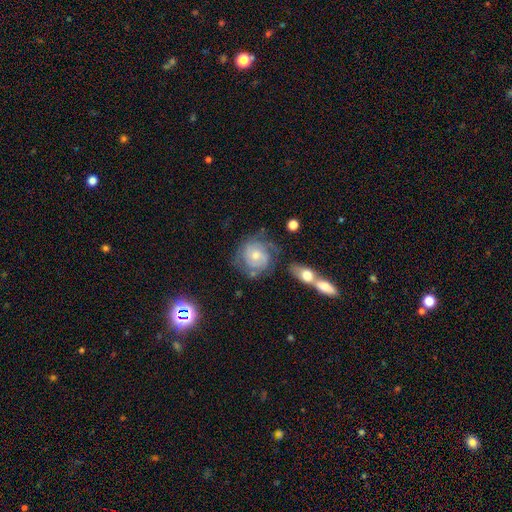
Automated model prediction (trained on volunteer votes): A featured or disk galaxy (67%) with no bar (78%), tight (59%) spiral arms (85%) and a moderate central bulge (48%).

Vote fractions:
- Smooth or featured? featured or disk: 67% / smooth: 26% / star or artifact: 7%
- Edge-on disk? no: 97% / yes: 3%
- Bar? no: 78% / weak: 19% / strong: 3%
- Spiral arms? yes: 85% / no: 15%
- Spiral winding? tight: 59% / medium: 30% / loose: 11%
- Spiral arm count? can't tell: 38% / 2: 34% / 3: 14% / 1: 6% / 4: 5% / more than 4: 4%
- Bulge size? moderate: 48% / small: 45% / large: 4% / none: 2% / dominant: 1%
- Merging? none: 53% / minor disturbance: 21% / major disturbance: 15% / merger: 11%